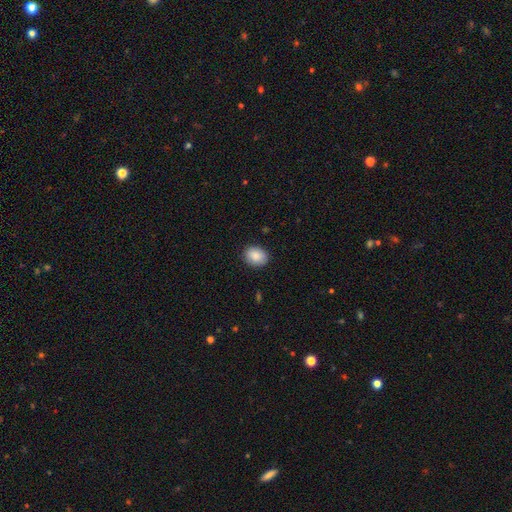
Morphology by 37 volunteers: smooth 89%, featured or disk 5%, star or artifact 5%. Down the decision tree: how rounded — in between (70%); merging — none (91%).